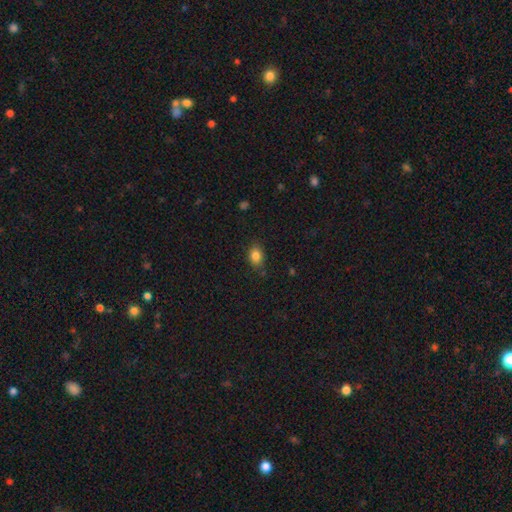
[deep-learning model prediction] The model was most divided on "how rounded": in between: 71%, round: 28%, cigar-shaped: 2%. More confident: smooth or featured — smooth (84%); merging — none (79%).